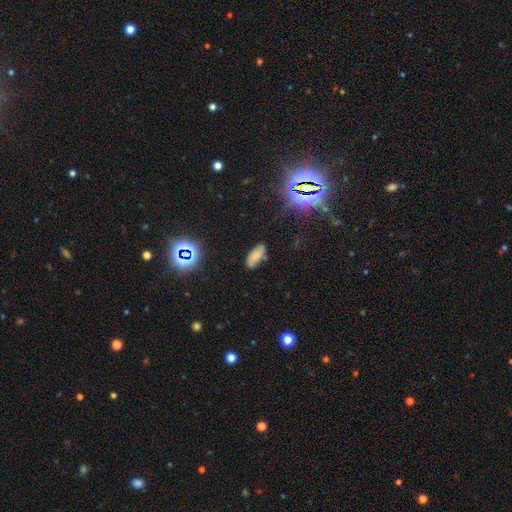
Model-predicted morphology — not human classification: smooth 74%, star or artifact 16%, featured or disk 11%. Down the decision tree: how rounded — in between (83%); merging — none (80%).